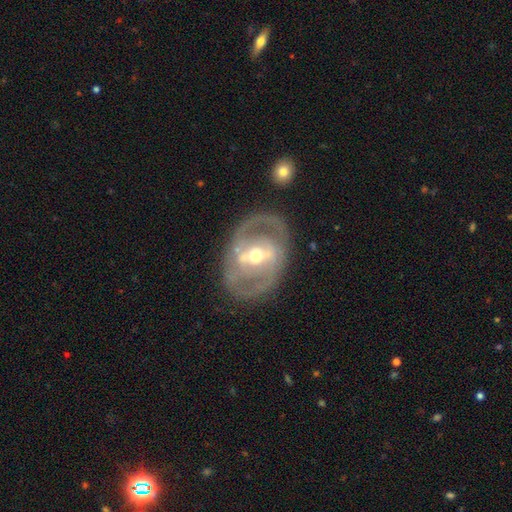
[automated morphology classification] Overall: featured or disk (79%). Edge-on disk: no (93%). Bar: strong (48%; weak 33%). Spiral arms: yes (51%; no 49%). Bulge size: moderate (68%). Merging: none (77%).